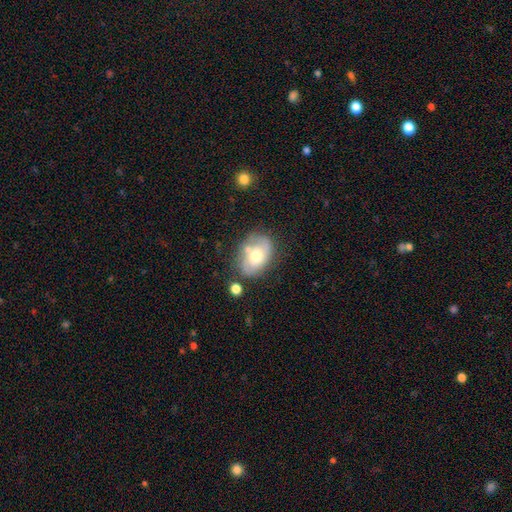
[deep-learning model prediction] This is possibly a featured or disk galaxy (49%). Merging: possibly none (58%).